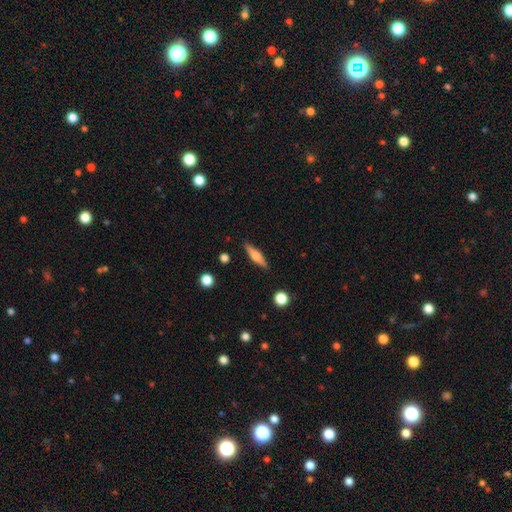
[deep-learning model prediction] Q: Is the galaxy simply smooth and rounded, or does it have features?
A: featured or disk — 51%.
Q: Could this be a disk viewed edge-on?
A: yes — 96%.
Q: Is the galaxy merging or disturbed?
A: none — 88%.